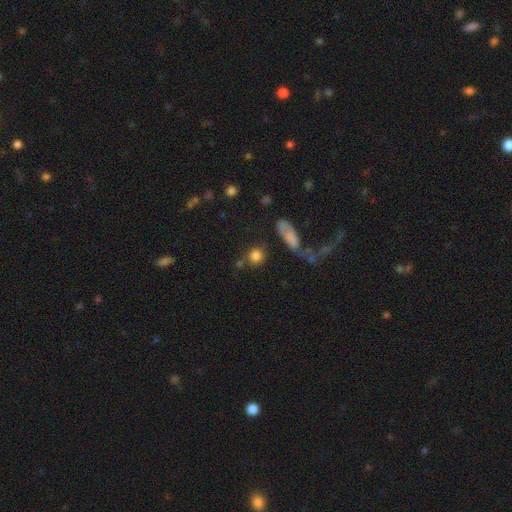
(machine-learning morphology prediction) Overall: smooth (81%). How rounded: round (85%). Merging: none (72%).